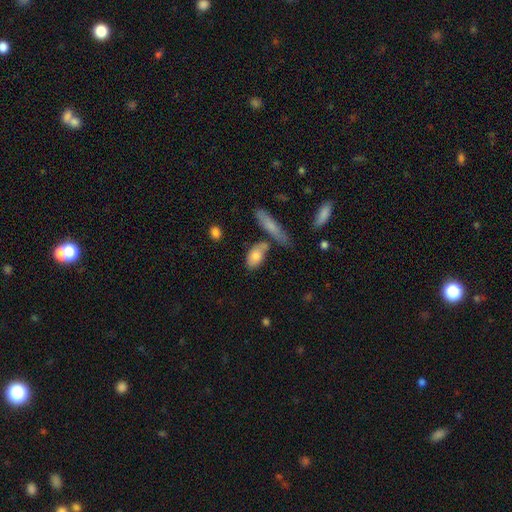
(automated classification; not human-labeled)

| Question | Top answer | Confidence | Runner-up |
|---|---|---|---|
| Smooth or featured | smooth | 78% | featured or disk (16%) |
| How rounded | in between | 83% | cigar-shaped (12%) |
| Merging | none | 55% | merger (19%) |